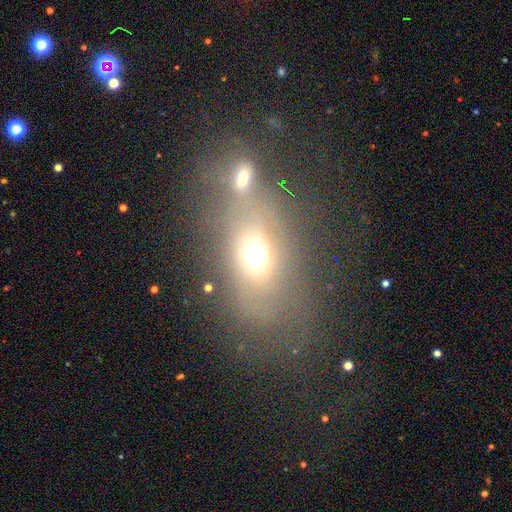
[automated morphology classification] The model was most divided on "merging": merger: 40%, none: 35%, major disturbance: 13%, minor disturbance: 12%. More confident: how rounded — in between (71%); smooth or featured — smooth (57%).